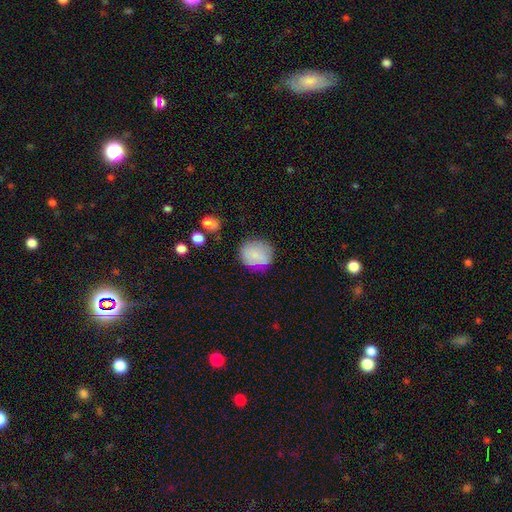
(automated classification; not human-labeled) smooth 80%, featured or disk 12%, star or artifact 9%. Down the decision tree: how rounded — round (78%); merging — none (73%).